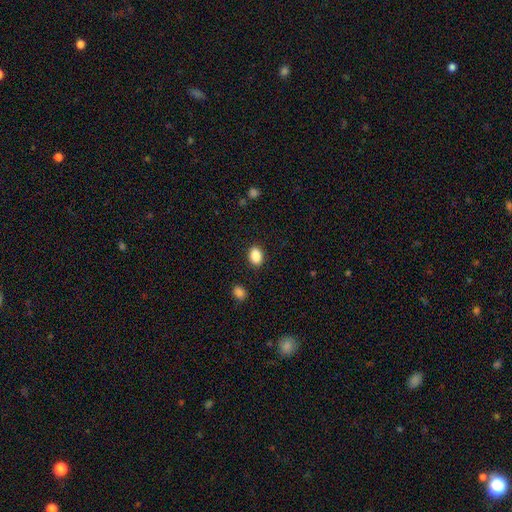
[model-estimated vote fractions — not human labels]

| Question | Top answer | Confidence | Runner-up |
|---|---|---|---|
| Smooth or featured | smooth | 88% | star or artifact (8%) |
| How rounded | in between | 75% | round (23%) |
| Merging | none | 88% | minor disturbance (8%) |